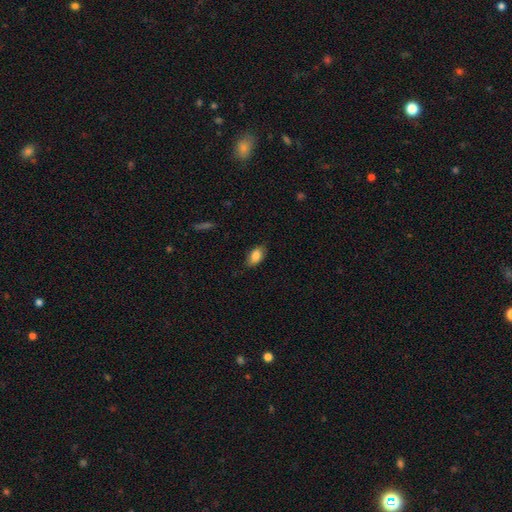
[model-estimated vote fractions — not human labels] A smooth galaxy with no disk features (84%) that is in between round and cigar-shaped (91%).

Vote fractions:
- Smooth or featured? smooth: 84% / featured or disk: 9% / star or artifact: 7%
- How rounded? in between: 91% / round: 5% / cigar-shaped: 4%
- Merging? none: 81% / minor disturbance: 16% / major disturbance: 3% / merger: 1%